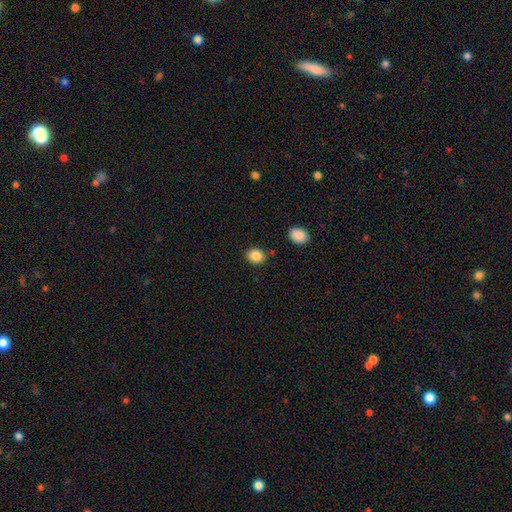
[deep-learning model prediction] A smooth galaxy with no disk features (87%) that is round (56%).

Vote fractions:
- Smooth or featured? smooth: 87% / star or artifact: 9% / featured or disk: 4%
- How rounded? round: 56% / in between: 43% / cigar-shaped: 1%
- Merging? none: 84% / minor disturbance: 9% / merger: 4% / major disturbance: 3%